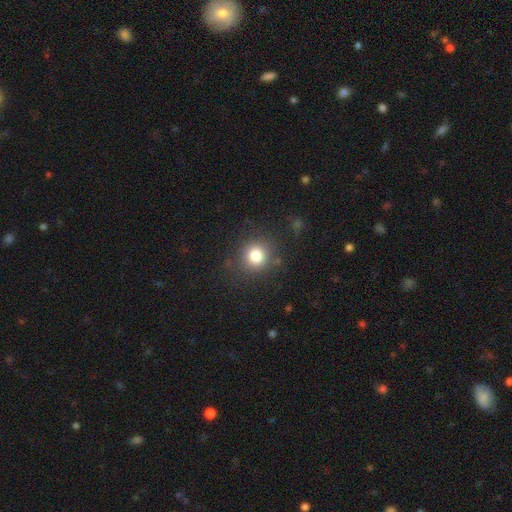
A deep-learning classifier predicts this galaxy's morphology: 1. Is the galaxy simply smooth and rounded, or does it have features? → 81% smooth, 12% star or artifact, 7% featured or disk.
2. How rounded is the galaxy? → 90% round, 9% in between, 1% cigar-shaped.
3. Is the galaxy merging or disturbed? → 85% none, 9% minor disturbance, 4% major disturbance, 2% merger.